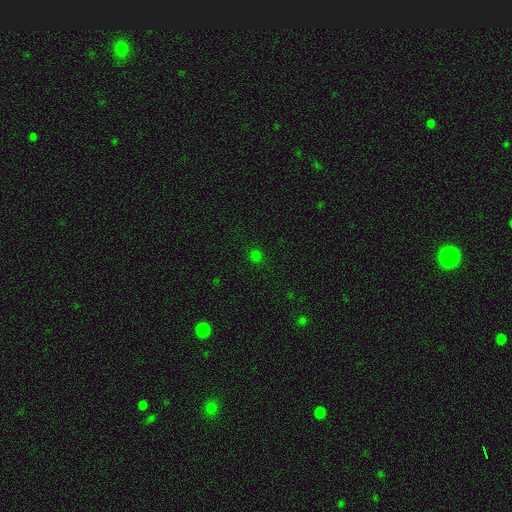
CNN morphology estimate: A smooth galaxy with no disk features (72%) that is round (89%). Merging: none (89%).